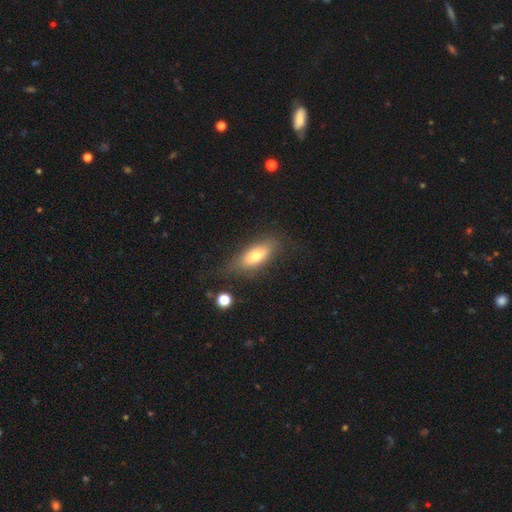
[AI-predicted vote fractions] A smooth galaxy with no disk features (67%) that is in between round and cigar-shaped (78%).

Vote fractions:
- Smooth or featured? smooth: 67% / featured or disk: 25% / star or artifact: 8%
- How rounded? in between: 78% / cigar-shaped: 18% / round: 4%
- Merging? none: 69% / minor disturbance: 20% / major disturbance: 9% / merger: 3%